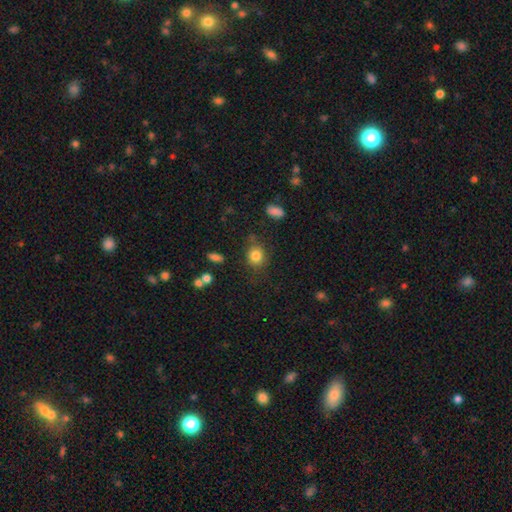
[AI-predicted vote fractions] smooth-or-featured: smooth: 83% | star or artifact: 11% | featured or disk: 7%
  how-rounded: round: 69% | in between: 30% | cigar-shaped: 1%
  merging: none: 75% | minor disturbance: 16% | major disturbance: 5% | merger: 4%